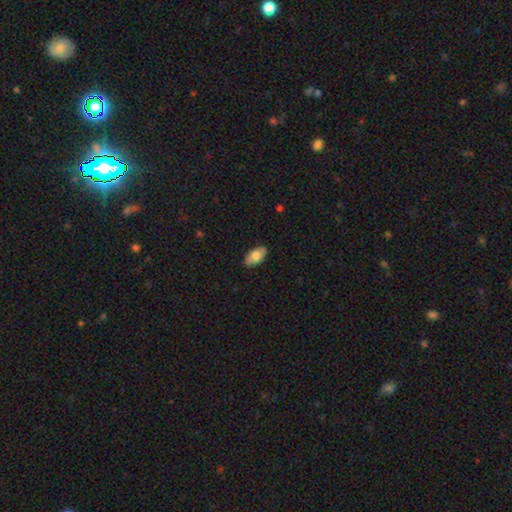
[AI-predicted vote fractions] A smooth galaxy with no disk features (73%) that is in between round and cigar-shaped (94%). Merging: none (87%).